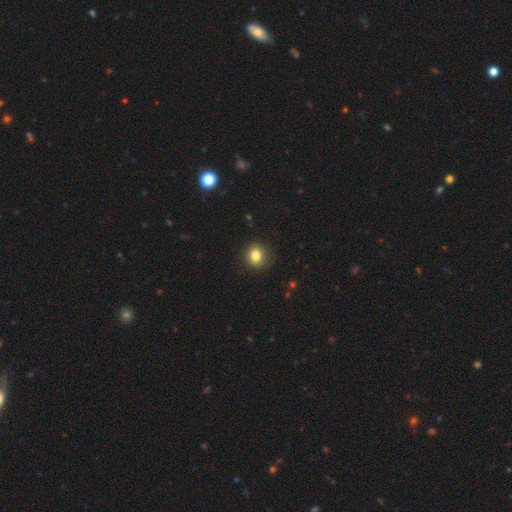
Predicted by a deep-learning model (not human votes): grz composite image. It shows a smooth galaxy with no disk features (83%) that is round (74%). Merging: none (89%).